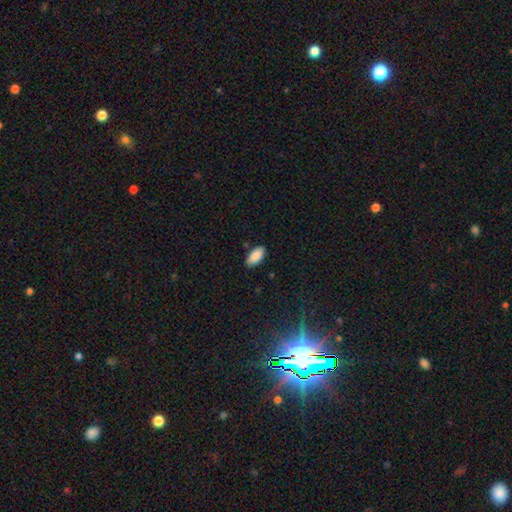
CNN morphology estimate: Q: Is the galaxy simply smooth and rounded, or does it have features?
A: smooth — 89%.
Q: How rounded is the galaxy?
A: in between — 92%.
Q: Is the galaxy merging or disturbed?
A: none — 85%.